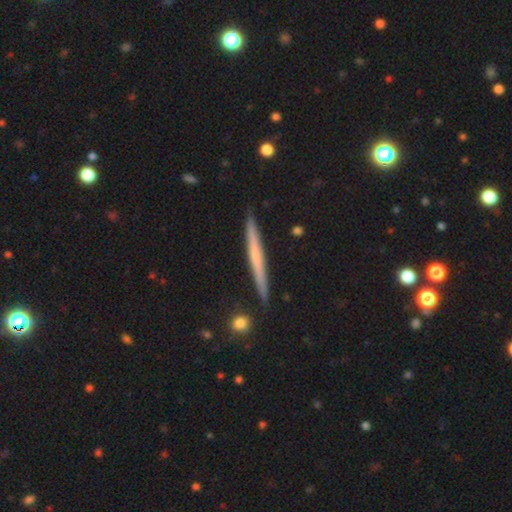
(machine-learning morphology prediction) Smooth or featured?
  - featured or disk: 49% *
  - smooth: 45%
  - star or artifact: 6%
Merging?
  - none: 90% *
  - minor disturbance: 7%
  - merger: 1%
  - major disturbance: 1%